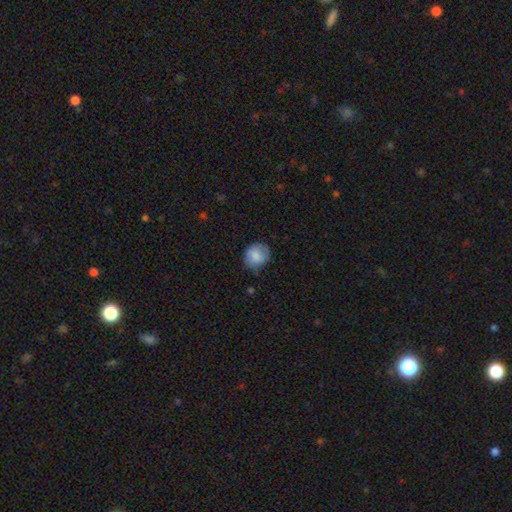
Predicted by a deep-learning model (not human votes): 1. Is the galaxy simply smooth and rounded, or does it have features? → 82% smooth, 10% featured or disk, 8% star or artifact.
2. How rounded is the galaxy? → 78% round, 21% in between, 1% cigar-shaped.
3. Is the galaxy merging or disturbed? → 68% none, 25% minor disturbance, 6% major disturbance, 1% merger.